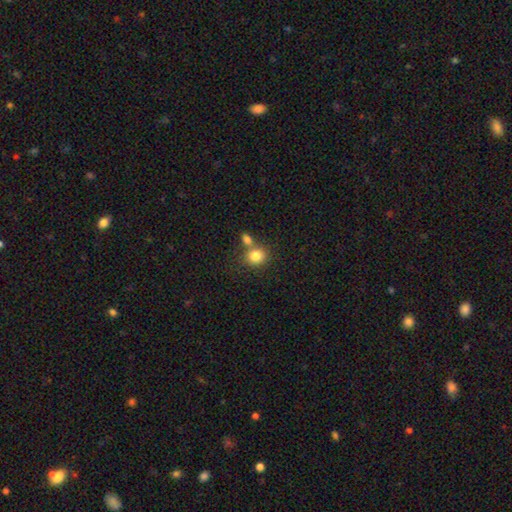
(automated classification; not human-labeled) Smooth or featured? smooth (82%)
How rounded? round (73%)
Merging? none (53%)